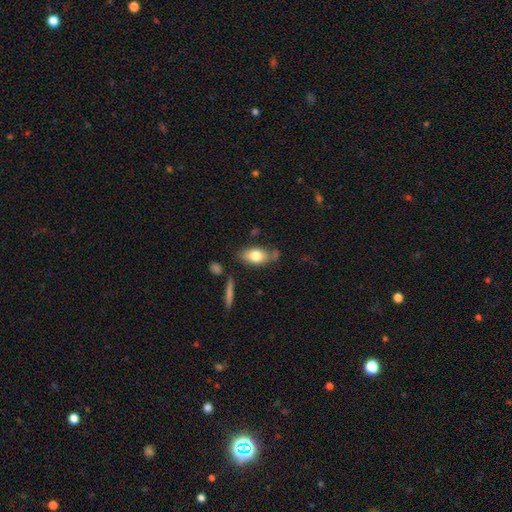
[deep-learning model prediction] The model was most divided on "merging": none: 62%, minor disturbance: 23%, merger: 8%, major disturbance: 7%. More confident: how rounded — in between (88%); smooth or featured — smooth (75%).